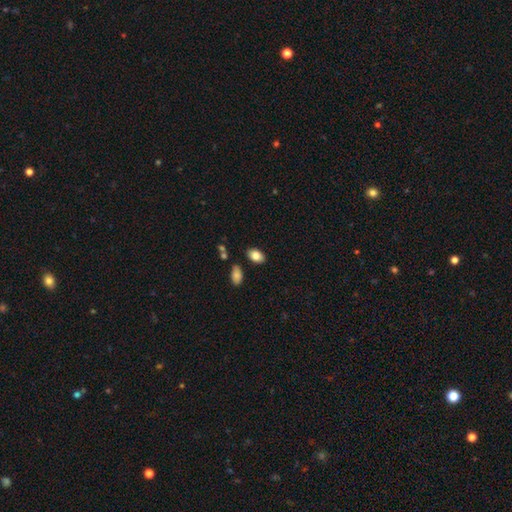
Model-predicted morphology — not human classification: smooth_or_featured: smooth (p=0.84) [alt: featured or disk p=0.08]
how_rounded: in between (p=0.90) [alt: round p=0.09]
merging: none (p=0.83) [alt: minor disturbance p=0.10]